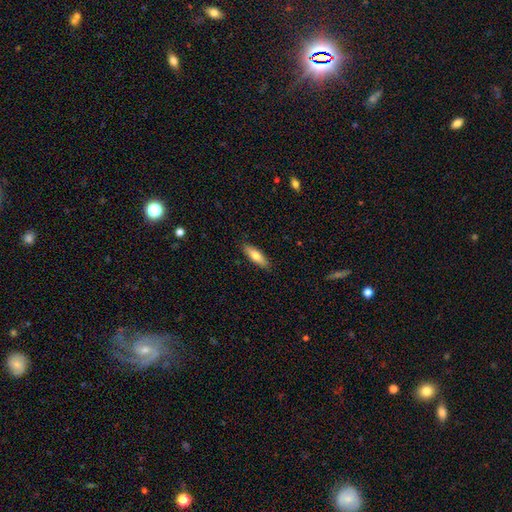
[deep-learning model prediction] The model was most divided on "how rounded": cigar-shaped: 50%, in between: 48%, round: 2%. More confident: merging — none (88%); smooth or featured — smooth (73%).